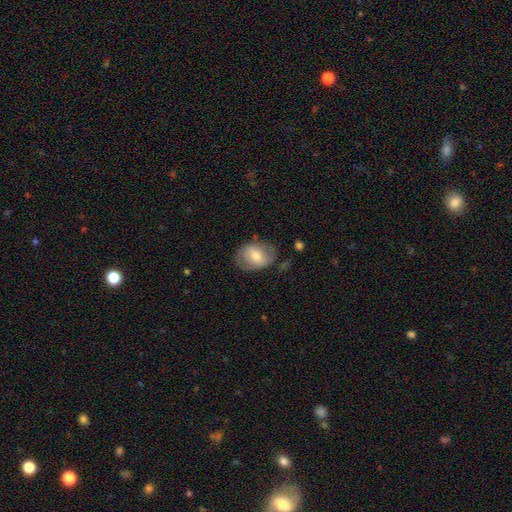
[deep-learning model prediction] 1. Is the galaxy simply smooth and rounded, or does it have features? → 59% smooth, 34% featured or disk, 7% star or artifact.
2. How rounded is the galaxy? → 72% in between, 27% round, 1% cigar-shaped.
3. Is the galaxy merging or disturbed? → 68% none, 22% minor disturbance, 8% major disturbance, 2% merger.